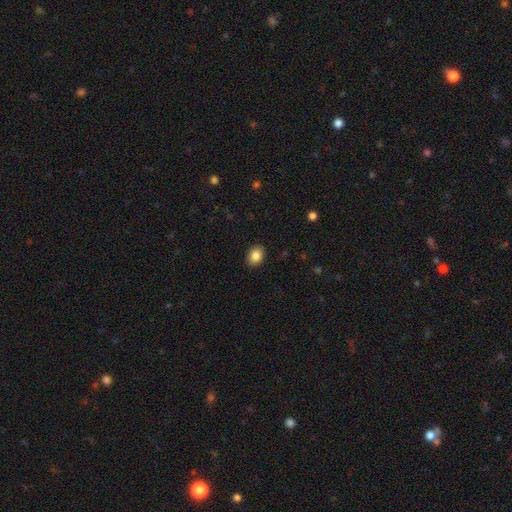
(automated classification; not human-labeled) smooth-or-featured: smooth: 85% | star or artifact: 9% | featured or disk: 6%
  how-rounded: in between: 64% | round: 35% | cigar-shaped: 1%
  merging: none: 90% | minor disturbance: 8% | major disturbance: 2% | merger: 1%